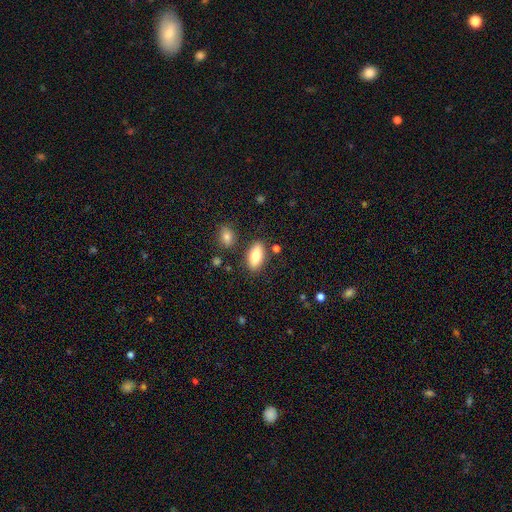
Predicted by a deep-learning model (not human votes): smooth-or-featured: smooth: 79% | featured or disk: 14% | star or artifact: 7%
  how-rounded: in between: 83% | cigar-shaped: 14% | round: 3%
  merging: none: 82% | minor disturbance: 11% | merger: 4% | major disturbance: 3%